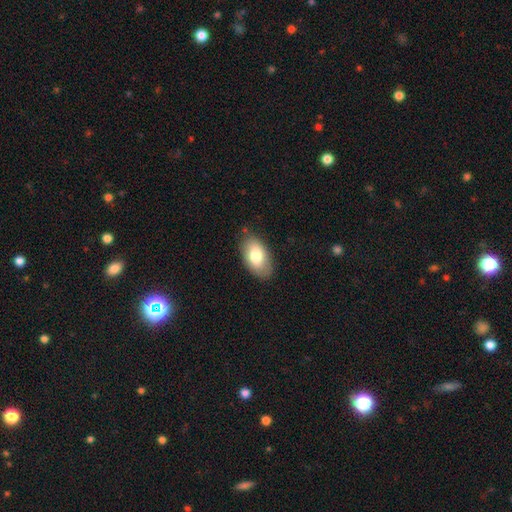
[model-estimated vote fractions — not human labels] smooth-or-featured: smooth: 77% | featured or disk: 16% | star or artifact: 7%
  how-rounded: in between: 94% | round: 4% | cigar-shaped: 2%
  merging: none: 80% | minor disturbance: 15% | major disturbance: 3% | merger: 1%